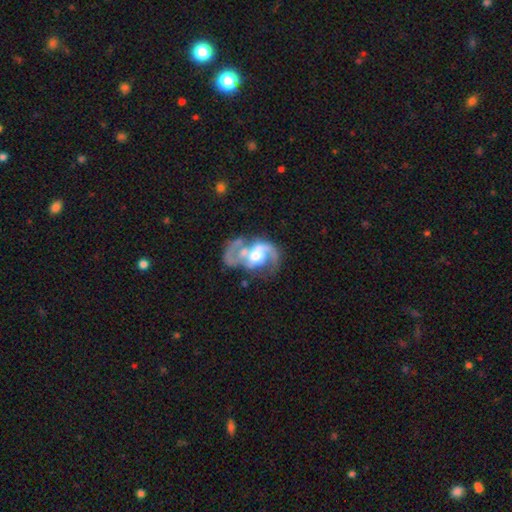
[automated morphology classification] The model was most divided on "merging": none: 35%, major disturbance: 26%, merger: 22%, minor disturbance: 17%. Remaining: edge-on disk — no (98%); spiral arms — yes (90%); smooth or featured — featured or disk (84%); spiral arm count — 2 (75%); bulge size — moderate (64%); bar — no (51%); spiral winding — medium (49%).